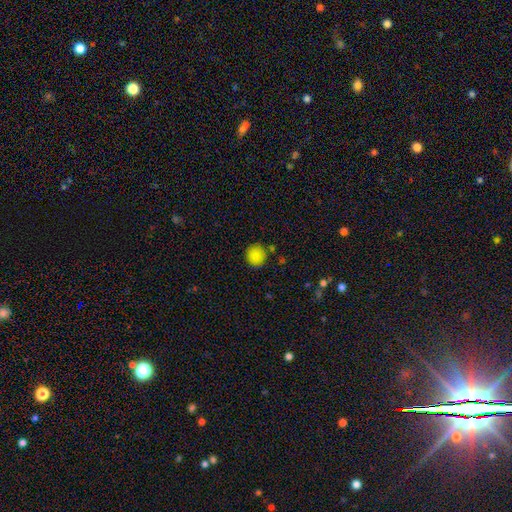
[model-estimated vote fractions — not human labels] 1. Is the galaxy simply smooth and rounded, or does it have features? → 87% smooth, 9% star or artifact, 4% featured or disk.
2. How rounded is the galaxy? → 87% round, 12% in between, 1% cigar-shaped.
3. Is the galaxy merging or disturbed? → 84% none, 10% minor disturbance, 4% merger, 3% major disturbance.